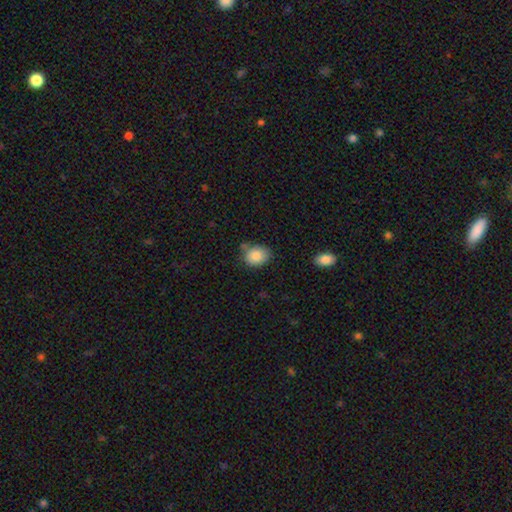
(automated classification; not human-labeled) Q: Smooth or featured?
A: smooth (85%); runner-up: star or artifact (8%)
Q: How rounded?
A: round (50%); runner-up: in between (49%)
Q: Merging?
A: none (65%); runner-up: minor disturbance (23%)